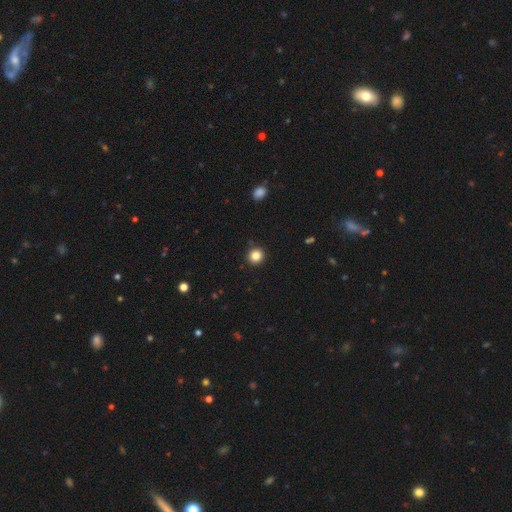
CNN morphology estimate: This is clearly a smooth galaxy (84%). How rounded: clearly round (93%). Merging: clearly none (92%).